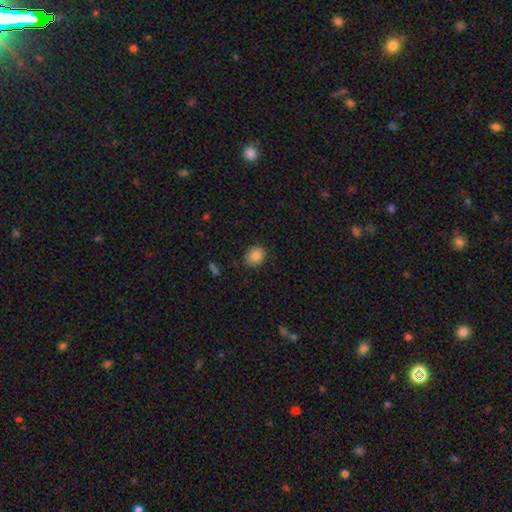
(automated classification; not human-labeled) Morphology: type=smooth (84%); roundness=round (60%); merging=none (82%).